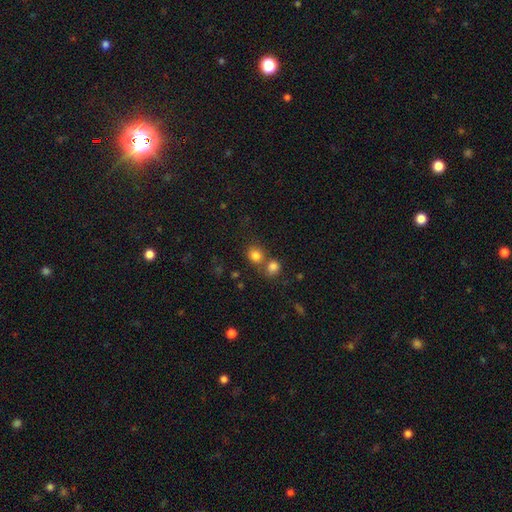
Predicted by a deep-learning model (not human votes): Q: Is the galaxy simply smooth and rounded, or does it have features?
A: smooth — 81%.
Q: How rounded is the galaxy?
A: round — 71%.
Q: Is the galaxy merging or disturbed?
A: none — 54%.